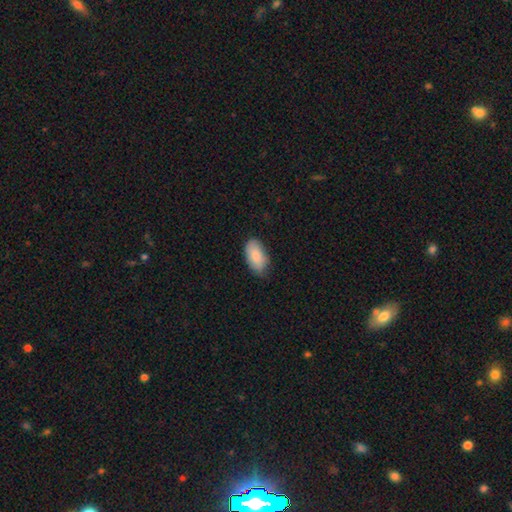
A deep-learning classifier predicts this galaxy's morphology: Smooth or featured: smooth — 86% (featured or disk — 9%)
How rounded: in between — 95% (round — 3%)
Merging: none — 76% (minor disturbance — 20%)